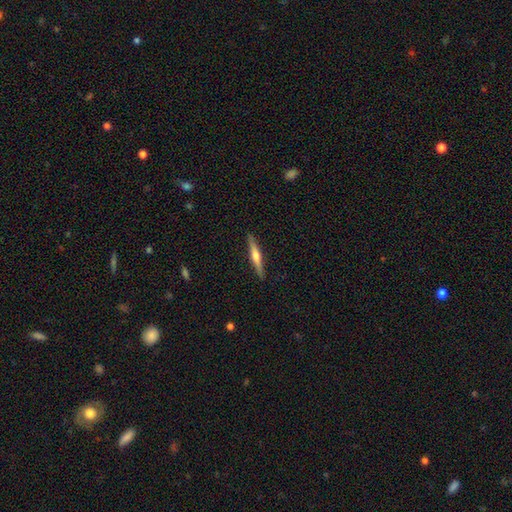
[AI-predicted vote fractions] Smooth or featured: featured or disk — 59% (smooth — 35%)
Edge-on disk: yes — 97% (no — 3%)
Edge-on bulge: rounded — 87% (none — 8%)
Merging: none — 90% (minor disturbance — 7%)